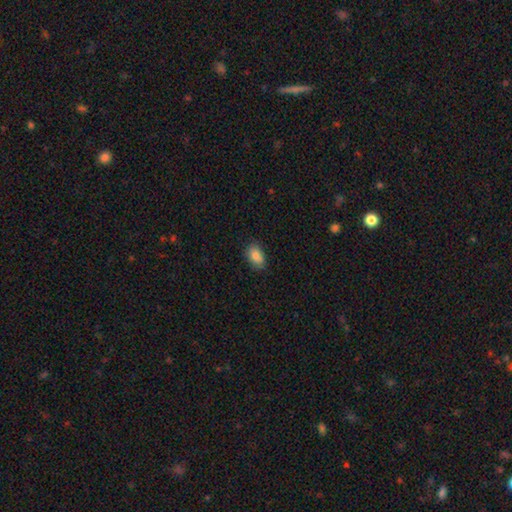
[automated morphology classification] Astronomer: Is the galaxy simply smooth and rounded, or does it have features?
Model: smooth — 86%.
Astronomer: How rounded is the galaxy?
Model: in between — 85%.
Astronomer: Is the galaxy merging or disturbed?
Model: none — 79%.